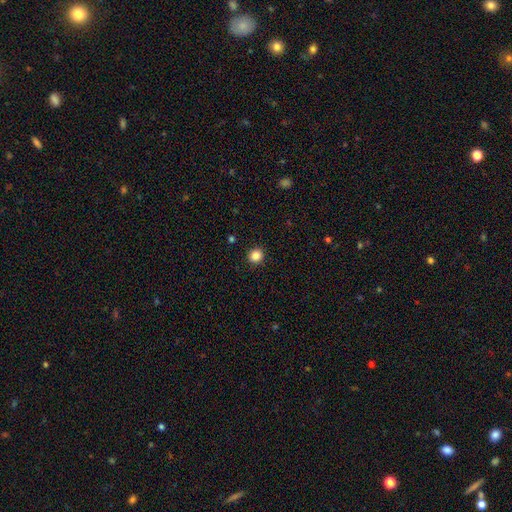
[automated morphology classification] type=smooth (86%); roundness=round (93%); merging=none (93%).